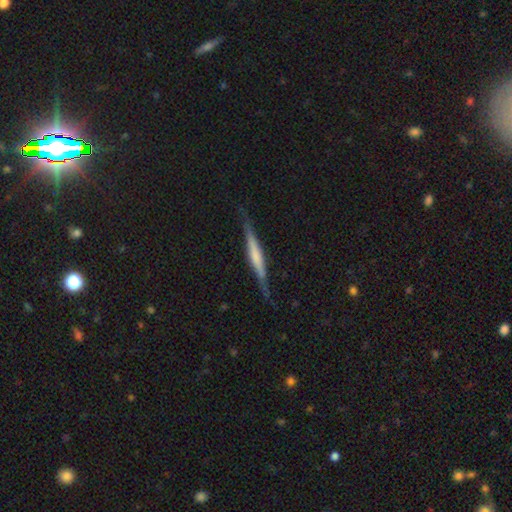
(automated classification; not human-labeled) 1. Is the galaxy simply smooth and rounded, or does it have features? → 63% featured or disk, 31% smooth, 6% star or artifact.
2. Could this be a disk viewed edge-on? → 97% yes, 3% no.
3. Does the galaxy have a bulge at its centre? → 38% rounded, 31% none, 30% boxy.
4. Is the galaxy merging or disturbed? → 83% none, 12% minor disturbance, 3% major disturbance, 1% merger.